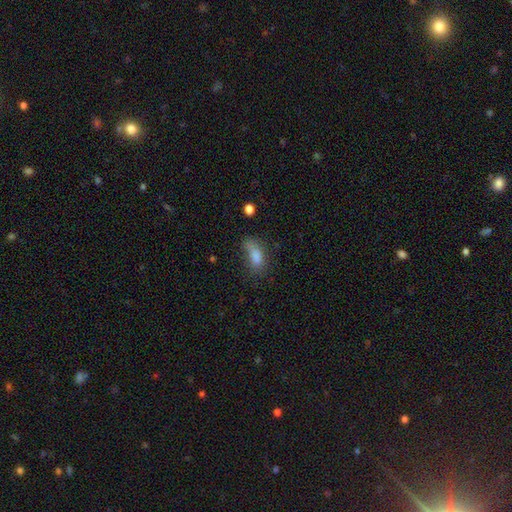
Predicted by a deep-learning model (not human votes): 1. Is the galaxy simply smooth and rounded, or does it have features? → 76% smooth, 12% featured or disk, 12% star or artifact.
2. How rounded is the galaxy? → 79% in between, 15% cigar-shaped, 6% round.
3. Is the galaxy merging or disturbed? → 46% none, 30% minor disturbance, 19% major disturbance, 5% merger.